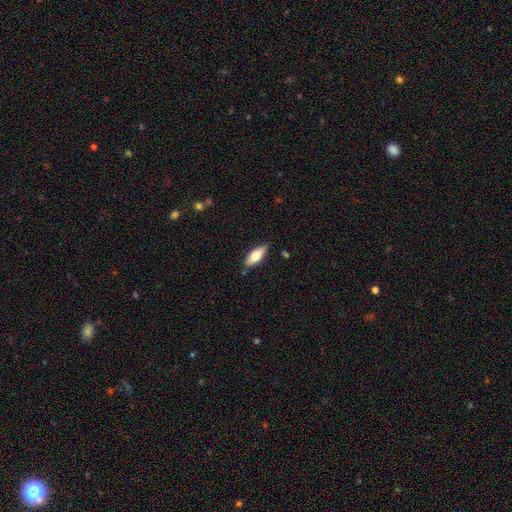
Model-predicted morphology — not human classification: Q: Smooth or featured?
A: smooth (70%); runner-up: featured or disk (24%)
Q: How rounded?
A: in between (74%); runner-up: cigar-shaped (24%)
Q: Merging?
A: none (81%); runner-up: minor disturbance (14%)